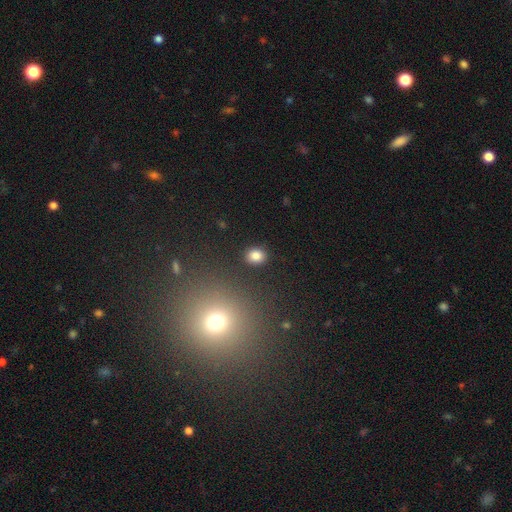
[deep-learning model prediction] Smooth or featured? Predicted: smooth (p=0.84). How rounded? Predicted: round (p=0.57). Merging? Predicted: none (p=0.89).